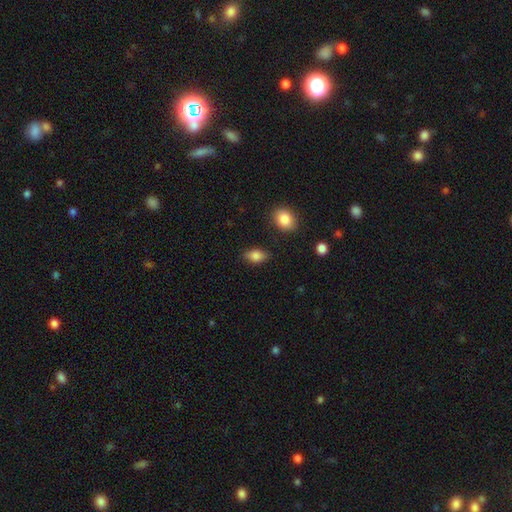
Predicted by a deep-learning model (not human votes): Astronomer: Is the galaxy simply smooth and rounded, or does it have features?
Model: smooth — 83%.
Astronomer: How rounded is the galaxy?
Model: in between — 85%.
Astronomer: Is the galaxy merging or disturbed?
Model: none — 81%.